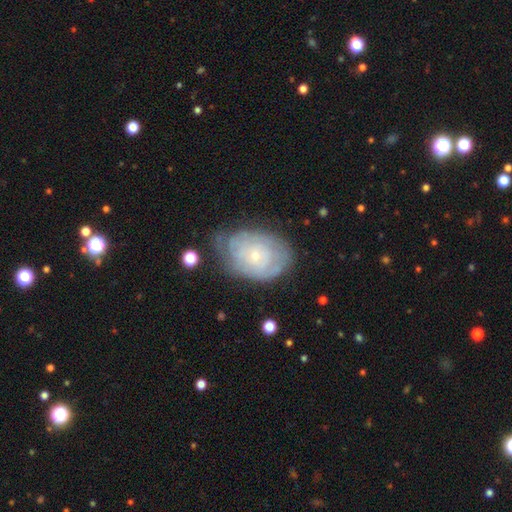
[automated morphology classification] Overall: featured or disk (67%). Edge-on disk: no (96%). Bar: no (82%). Spiral arms: yes (78%). Spiral arm count: can't tell (61%). Spiral winding: tight (73%). Bulge size: small (79%). Merging: none (60%; minor disturbance 26%).